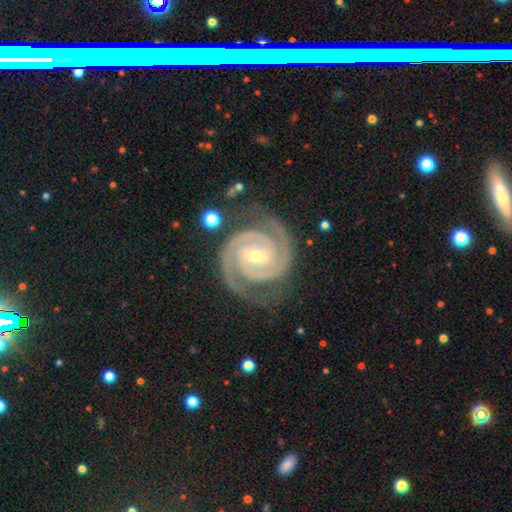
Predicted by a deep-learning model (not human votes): Smooth or featured? featured or disk (94%)
Edge-on disk? no (98%)
Bar? weak (42%)
Spiral arms? yes (99%)
Spiral winding? tight (77%)
Spiral arm count? 2 (90%)
Bulge size? small (60%)
Merging? none (81%)